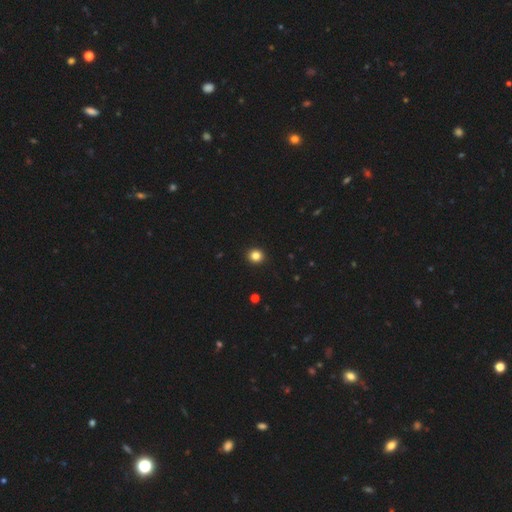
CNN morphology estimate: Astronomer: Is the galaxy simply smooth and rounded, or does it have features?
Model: smooth — 84%.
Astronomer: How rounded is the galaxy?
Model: round — 87%.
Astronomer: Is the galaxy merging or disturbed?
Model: none — 93%.